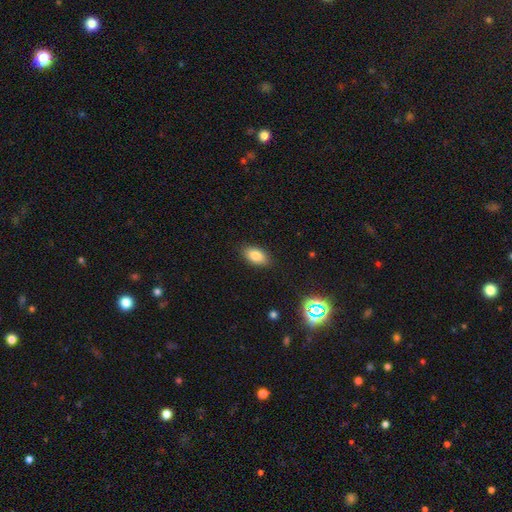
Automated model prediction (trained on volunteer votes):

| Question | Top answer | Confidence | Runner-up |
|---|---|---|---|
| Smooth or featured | smooth | 83% | star or artifact (9%) |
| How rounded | in between | 91% | round (6%) |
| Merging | none | 87% | minor disturbance (9%) |